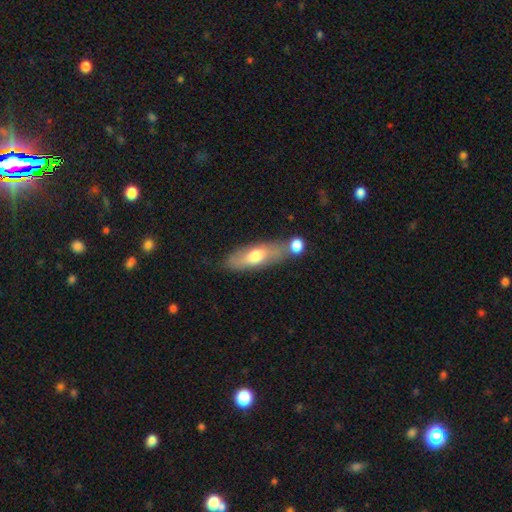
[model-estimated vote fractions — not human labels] Smooth or featured: smooth — 62% (featured or disk — 31%)
How rounded: in between — 62% (cigar-shaped — 35%)
Merging: none — 58% (merger — 20%)